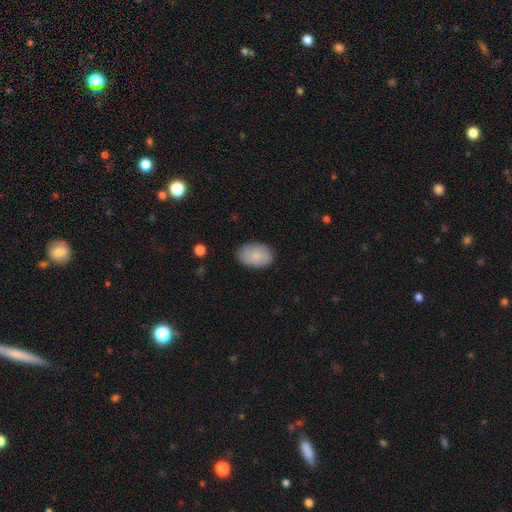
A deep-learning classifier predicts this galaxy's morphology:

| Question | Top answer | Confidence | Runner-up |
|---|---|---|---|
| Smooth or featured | smooth | 84% | featured or disk (9%) |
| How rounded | in between | 87% | round (12%) |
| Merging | none | 84% | minor disturbance (13%) |